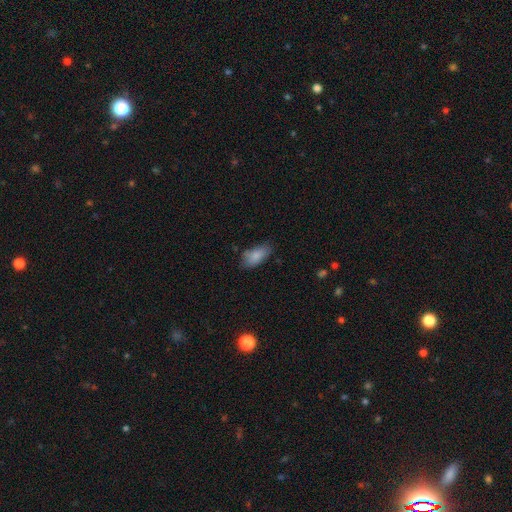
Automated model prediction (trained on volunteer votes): Smooth or featured: smooth — 84% (featured or disk — 9%)
How rounded: in between — 91% (cigar-shaped — 7%)
Merging: none — 66% (minor disturbance — 25%)